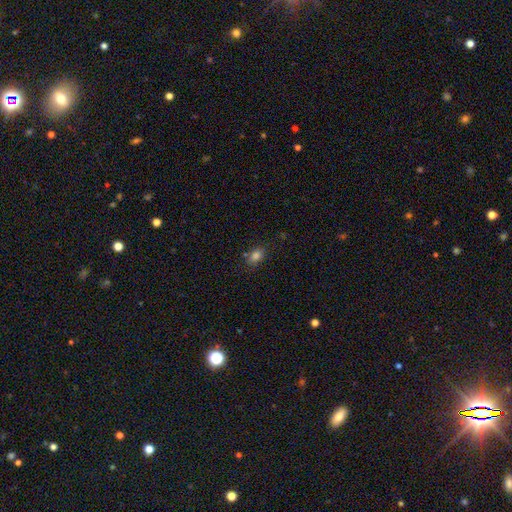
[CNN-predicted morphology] Overall: smooth (82%). How rounded: in between (74%). Merging: none (77%).